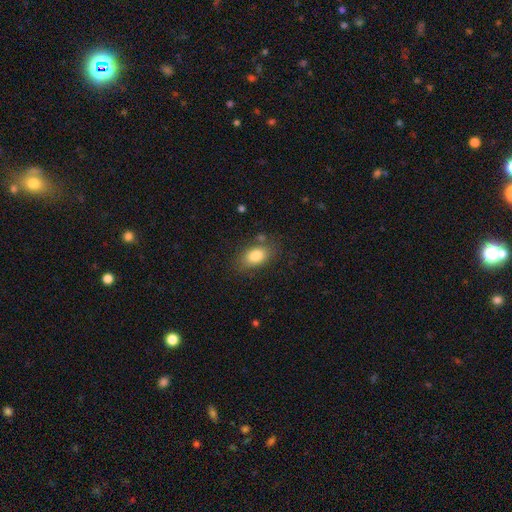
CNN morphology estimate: Overall: smooth (82%). How rounded: in between (87%). Merging: none (75%).